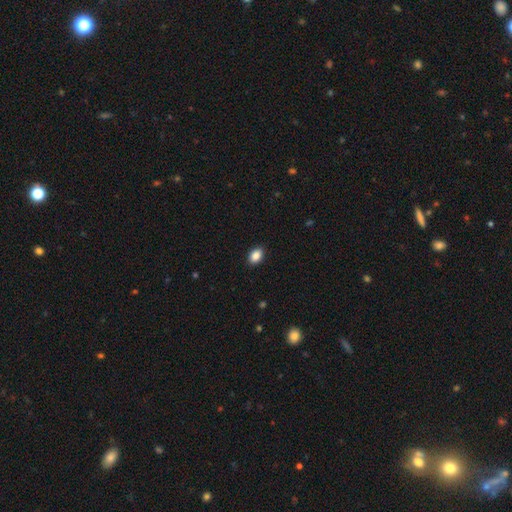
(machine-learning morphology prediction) This is clearly a smooth galaxy (88%). How rounded: clearly in between (84%). Merging: clearly none (90%).